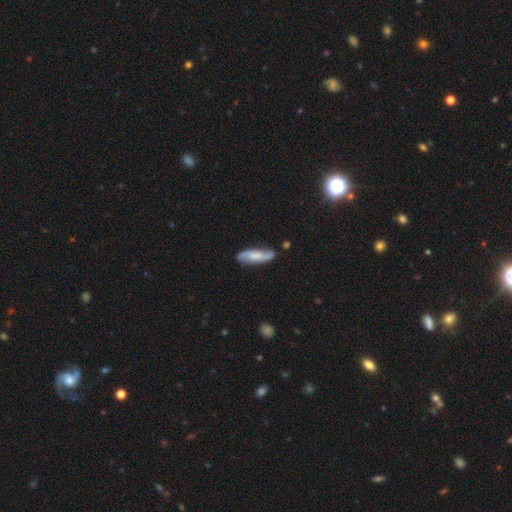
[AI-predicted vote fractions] Q: Smooth or featured?
A: featured or disk (65%); runner-up: smooth (29%)
Q: Edge-on disk?
A: no (84%); runner-up: yes (16%)
Q: Bar?
A: no (47%); runner-up: weak (38%)
Q: Spiral arms?
A: yes (93%); runner-up: no (7%)
Q: Spiral winding?
A: loose (48%); runner-up: medium (37%)
Q: Spiral arm count?
A: 2 (89%); runner-up: can't tell (6%)
Q: Bulge size?
A: moderate (31%); runner-up: none (29%)
Q: Merging?
A: none (77%); runner-up: minor disturbance (16%)